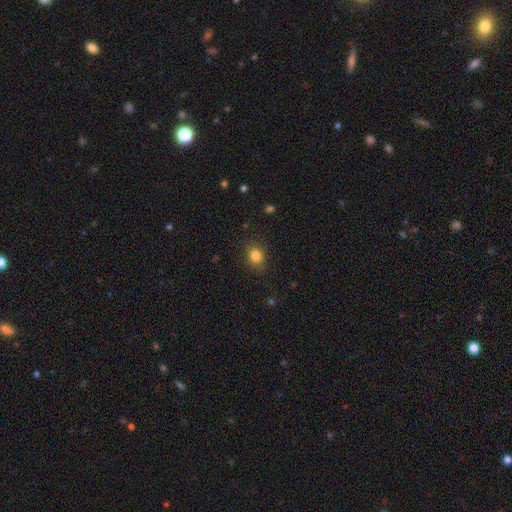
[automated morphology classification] Smooth or featured? Predicted: smooth (p=0.82). How rounded? Predicted: round (p=0.70). Merging? Predicted: none (p=0.84).